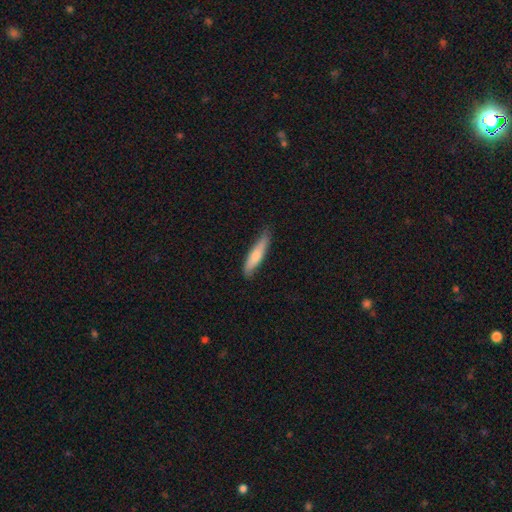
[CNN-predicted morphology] Smooth or featured? smooth (72%)
How rounded? cigar-shaped (83%)
Merging? none (77%)